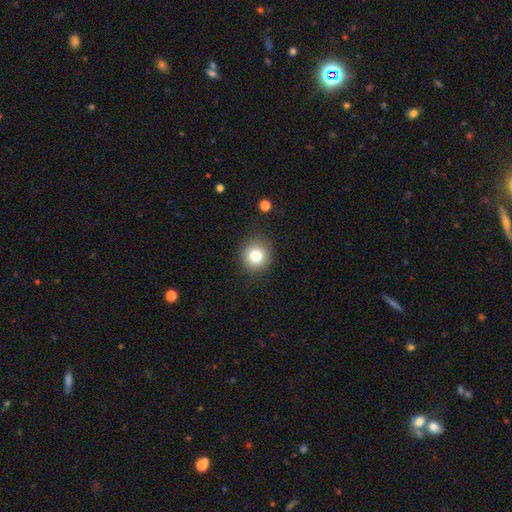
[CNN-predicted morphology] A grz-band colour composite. It shows a smooth galaxy with no disk features (80%) that is round (91%). Merging: none (88%).